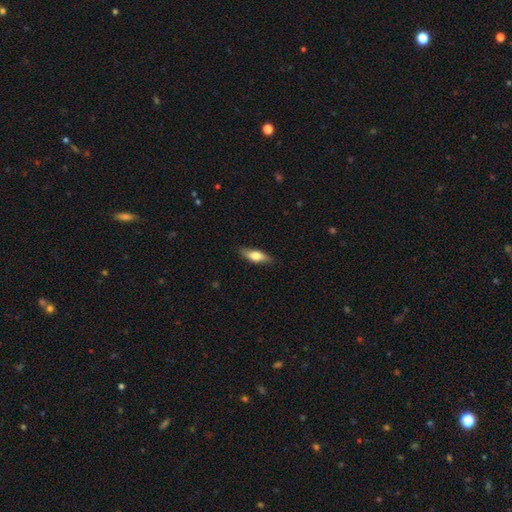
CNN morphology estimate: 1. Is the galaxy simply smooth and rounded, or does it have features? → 65% smooth, 29% featured or disk, 6% star or artifact.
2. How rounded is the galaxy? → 58% in between, 39% cigar-shaped, 3% round.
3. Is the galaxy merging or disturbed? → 84% none, 13% minor disturbance, 2% major disturbance, 1% merger.